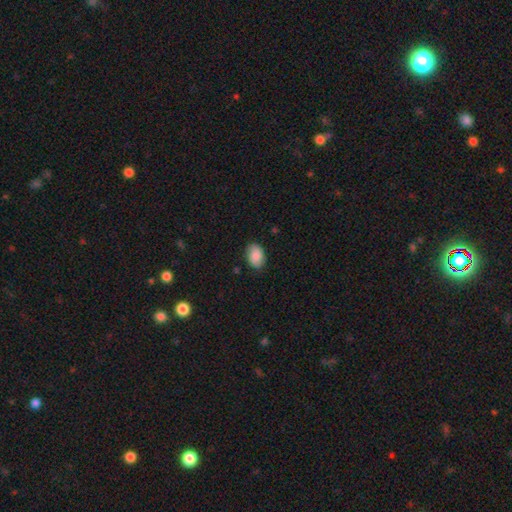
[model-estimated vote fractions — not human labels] Smooth or featured? smooth (84%)
How rounded? in between (80%)
Merging? none (80%)